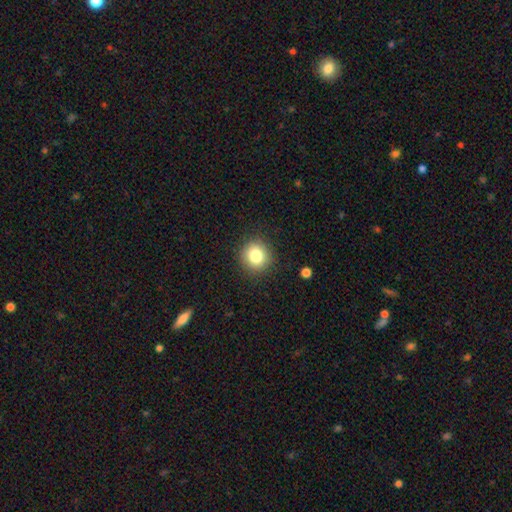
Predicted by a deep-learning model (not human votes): Smooth or featured: smooth — 81% (star or artifact — 11%)
How rounded: round — 90% (in between — 9%)
Merging: none — 89% (minor disturbance — 7%)